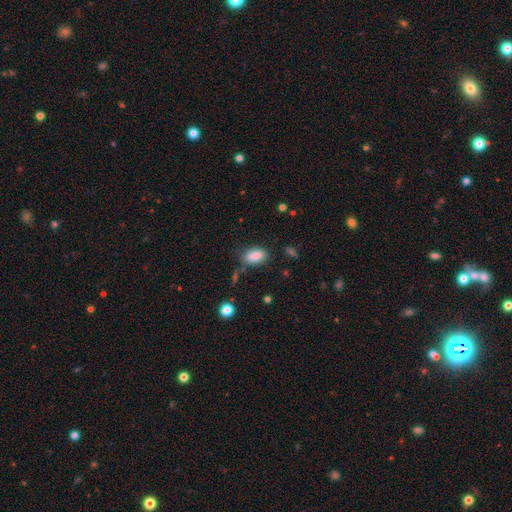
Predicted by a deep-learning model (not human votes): A smooth galaxy with no disk features (87%) that is in between round and cigar-shaped (90%). Merging: none (73%).